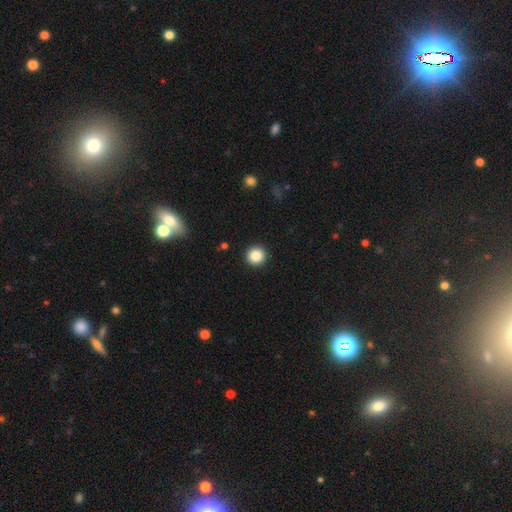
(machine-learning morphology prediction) Smooth or featured?
  - smooth: 86% *
  - star or artifact: 10%
  - featured or disk: 4%
How rounded?
  - round: 95% *
  - in between: 4%
  - cigar-shaped: 1%
Merging?
  - none: 93% *
  - minor disturbance: 4%
  - major disturbance: 2%
  - merger: 1%